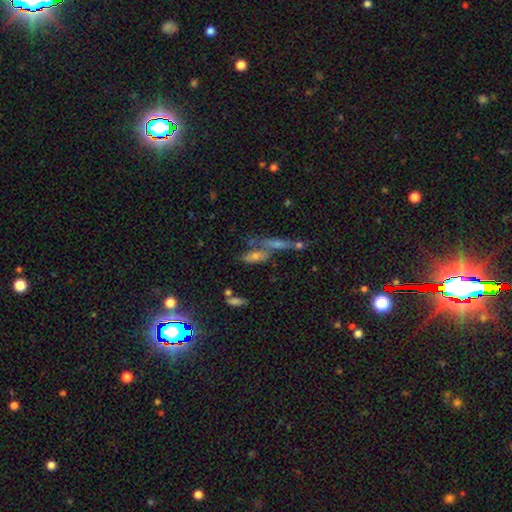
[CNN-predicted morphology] smooth-or-featured: star or artifact: 58% | featured or disk: 21% | smooth: 21%